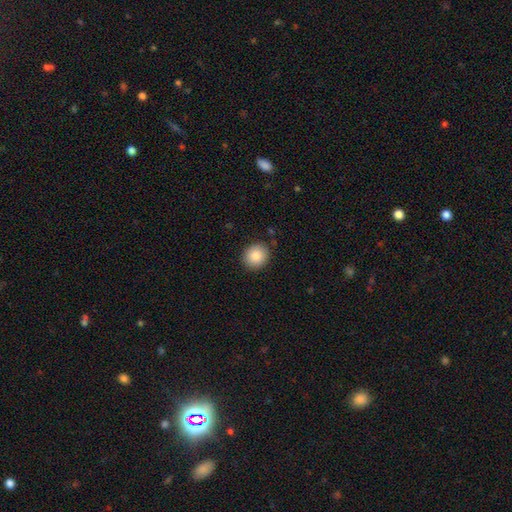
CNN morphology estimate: smooth_or_featured: smooth (p=0.87) [alt: star or artifact p=0.08]
how_rounded: round (p=0.79) [alt: in between p=0.20]
merging: none (p=0.88) [alt: minor disturbance p=0.09]